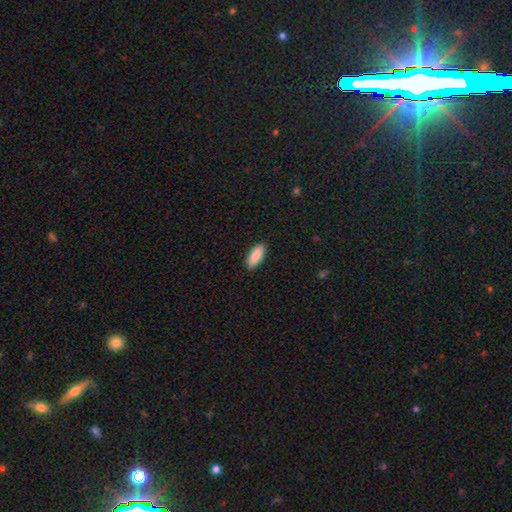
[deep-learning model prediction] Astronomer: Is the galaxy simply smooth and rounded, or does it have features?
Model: smooth — 90%.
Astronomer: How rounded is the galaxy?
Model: in between — 82%.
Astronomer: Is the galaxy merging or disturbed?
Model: none — 90%.